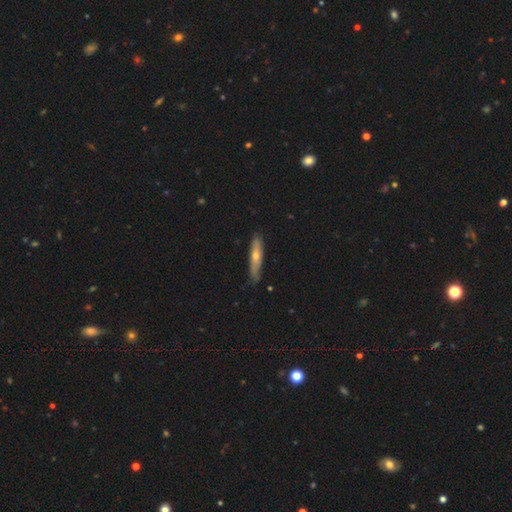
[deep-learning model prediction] Smooth or featured? Predicted: smooth (p=0.47). Merging? Predicted: none (p=0.82).